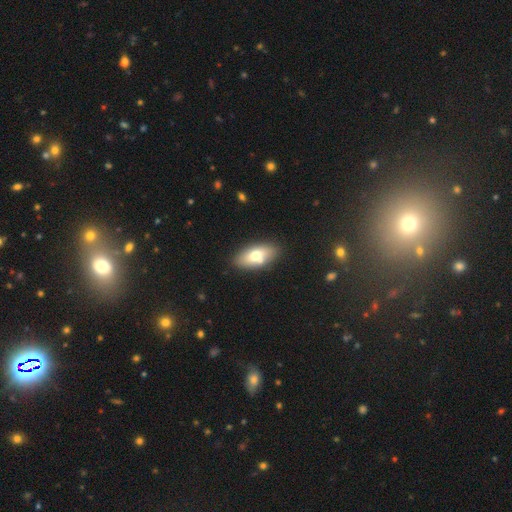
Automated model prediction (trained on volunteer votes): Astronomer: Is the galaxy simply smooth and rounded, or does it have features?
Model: smooth — 67%.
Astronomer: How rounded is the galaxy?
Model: in between — 89%.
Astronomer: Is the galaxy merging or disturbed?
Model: none — 77%.